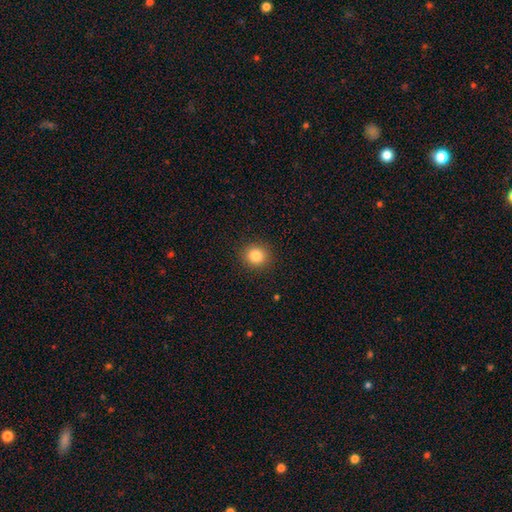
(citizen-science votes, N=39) Smooth or featured: smooth — 87% (star or artifact — 8%)
How rounded: round — 88% (in between — 12%)
Merging: none — 92% (minor disturbance — 6%)